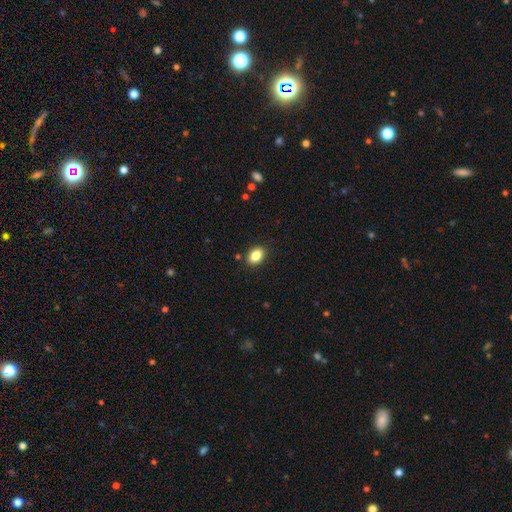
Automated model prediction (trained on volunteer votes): Morphology: type=smooth (85%); roundness=in between (78%); merging=none (88%).